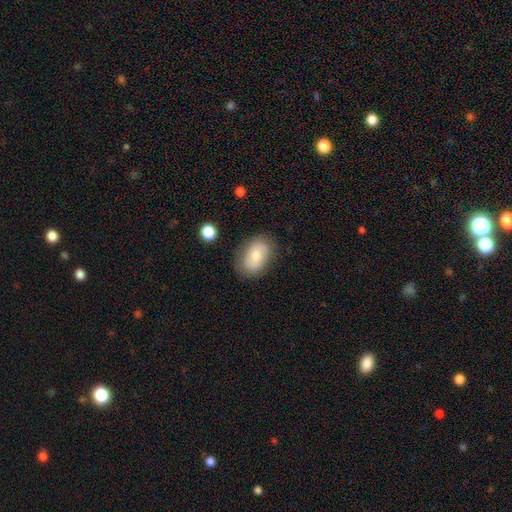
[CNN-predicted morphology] Smooth or featured: smooth — 64% (featured or disk — 29%)
How rounded: in between — 84% (round — 14%)
Merging: none — 77% (minor disturbance — 16%)